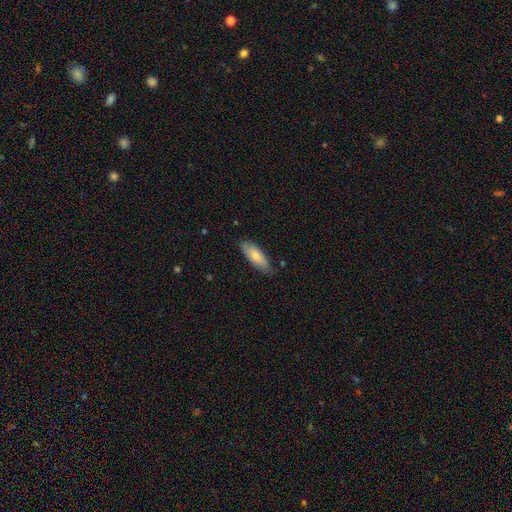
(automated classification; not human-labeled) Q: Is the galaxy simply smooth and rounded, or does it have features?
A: smooth — 75%.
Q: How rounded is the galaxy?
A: in between — 63%.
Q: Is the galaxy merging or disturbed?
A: none — 79%.